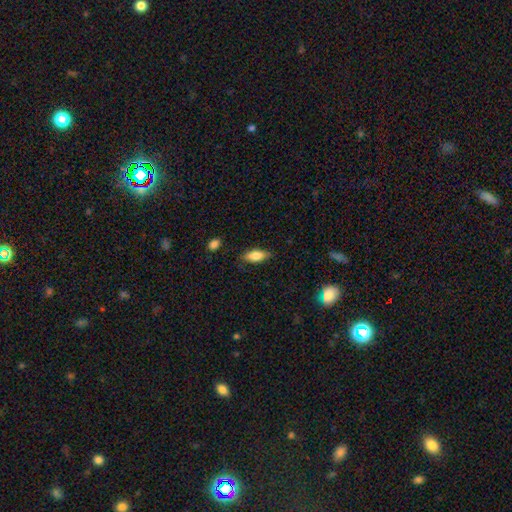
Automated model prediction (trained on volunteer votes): Q: Smooth or featured?
A: smooth (81%); runner-up: featured or disk (12%)
Q: How rounded?
A: in between (78%); runner-up: cigar-shaped (19%)
Q: Merging?
A: none (81%); runner-up: minor disturbance (14%)